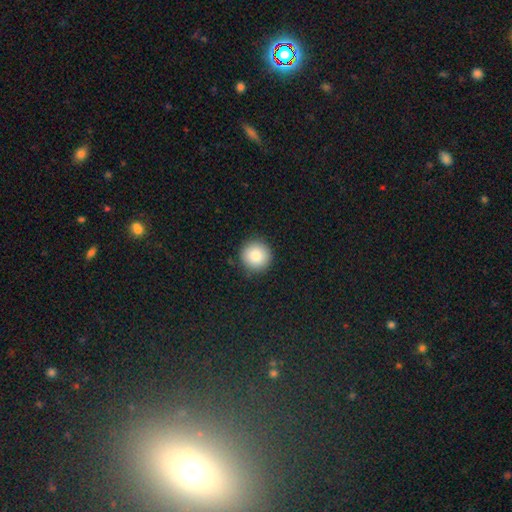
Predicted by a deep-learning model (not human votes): Smooth or featured? smooth (85%)
How rounded? round (95%)
Merging? none (91%)